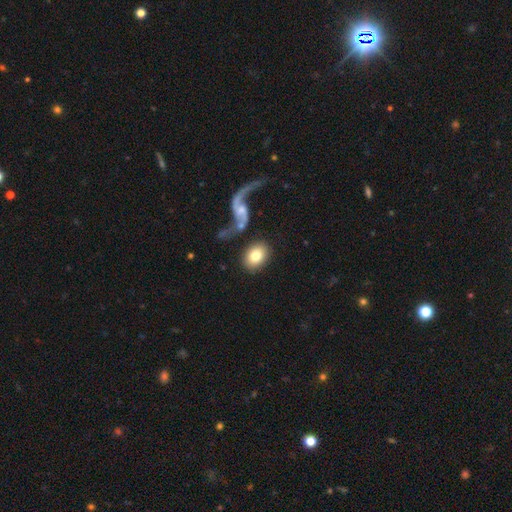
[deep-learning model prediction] The model was most divided on "how rounded": in between: 65%, round: 33%, cigar-shaped: 2%. More confident: smooth or featured — smooth (77%); merging — none (74%).